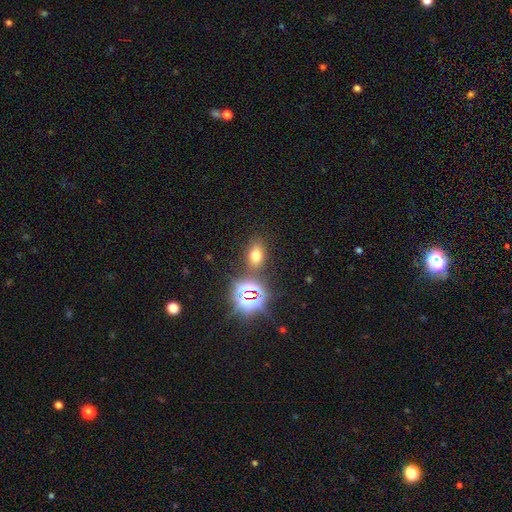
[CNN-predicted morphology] Overall: smooth (60%; star or artifact 30%). How rounded: in between (75%). Merging: none (78%).